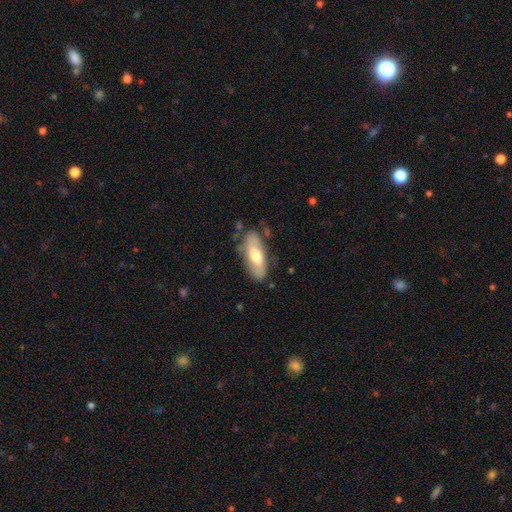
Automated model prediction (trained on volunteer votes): Smooth or featured: smooth — 58% (featured or disk — 37%)
How rounded: in between — 79% (cigar-shaped — 19%)
Merging: none — 71% (minor disturbance — 20%)